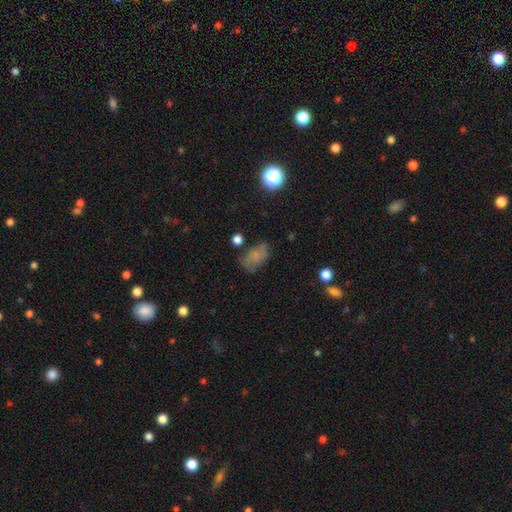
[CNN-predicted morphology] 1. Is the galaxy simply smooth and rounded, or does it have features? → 67% smooth, 19% featured or disk, 15% star or artifact.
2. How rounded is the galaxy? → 88% in between, 10% round, 2% cigar-shaped.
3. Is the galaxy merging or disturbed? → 61% none, 25% minor disturbance, 10% major disturbance, 4% merger.